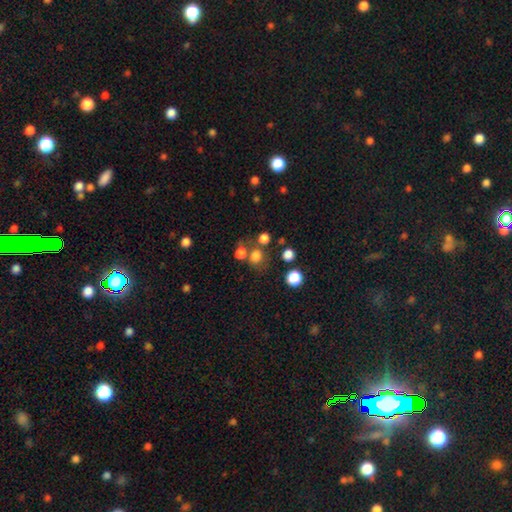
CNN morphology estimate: A smooth galaxy with no disk features (75%) that is round (71%).

Vote fractions:
- Smooth or featured? smooth: 75% / star or artifact: 17% / featured or disk: 8%
- How rounded? round: 71% / in between: 28% / cigar-shaped: 1%
- Merging? none: 59% / merger: 23% / minor disturbance: 11% / major disturbance: 7%